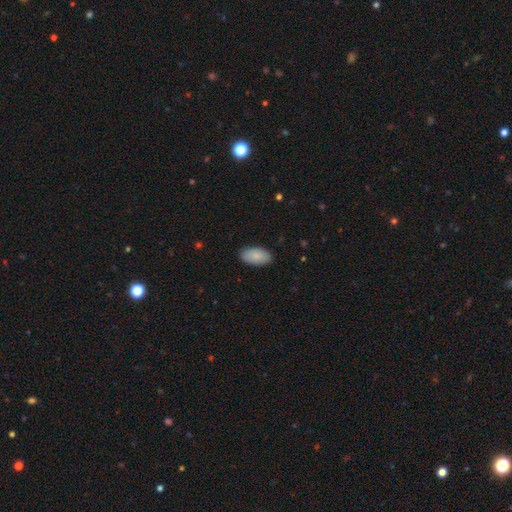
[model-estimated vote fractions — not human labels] Smooth or featured? Predicted: smooth (p=0.88). How rounded? Predicted: in between (p=0.95). Merging? Predicted: none (p=0.87).